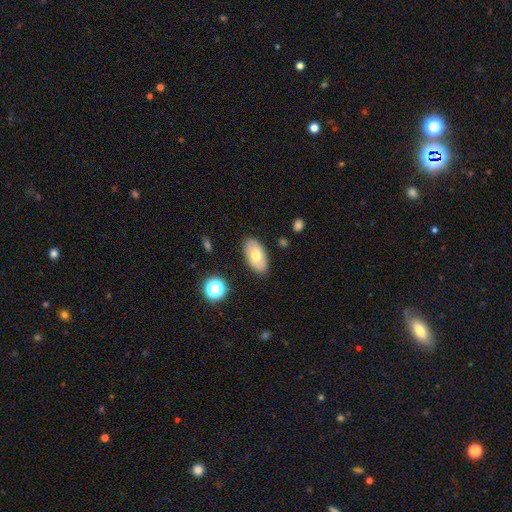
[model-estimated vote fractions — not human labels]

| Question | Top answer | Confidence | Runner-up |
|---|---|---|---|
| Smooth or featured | smooth | 67% | featured or disk (25%) |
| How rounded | in between | 94% | round (4%) |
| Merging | none | 85% | minor disturbance (10%) |